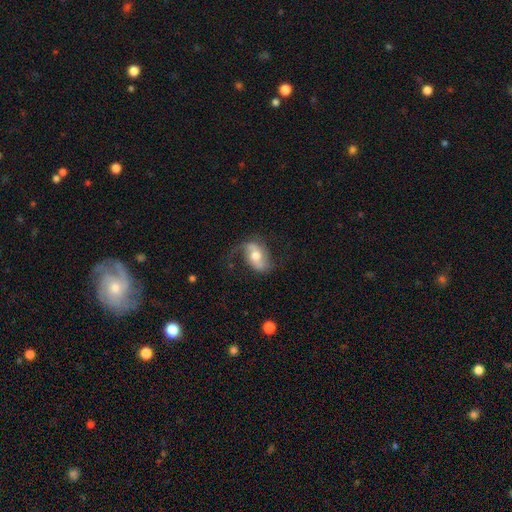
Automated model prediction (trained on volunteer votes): Smooth or featured? Predicted: featured or disk (p=0.69). Edge-on disk? Predicted: no (p=0.95). Bar? Predicted: no (p=0.46). Spiral arms? Predicted: yes (p=0.89). Spiral winding? Predicted: loose (p=0.64). Spiral arm count? Predicted: 2 (p=0.82). Bulge size? Predicted: moderate (p=0.72). Merging? Predicted: none (p=0.58).